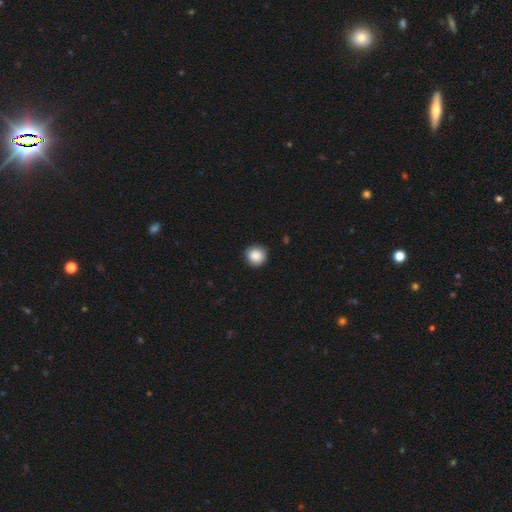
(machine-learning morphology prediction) smooth_or_featured: smooth (p=0.88) [alt: star or artifact p=0.08]
how_rounded: round (p=0.93) [alt: in between p=0.06]
merging: none (p=0.90) [alt: minor disturbance p=0.08]